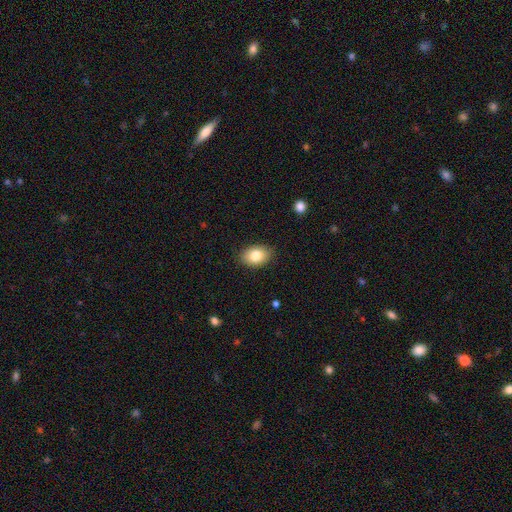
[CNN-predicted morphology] This appears to be a smooth galaxy with no disk features (82%) that is in between round and cigar-shaped (85%). Merging: none (87%).